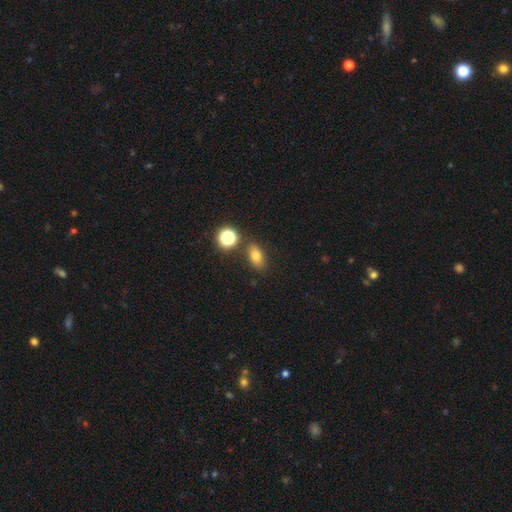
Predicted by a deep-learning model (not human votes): Smooth or featured?
  - smooth: 72% *
  - star or artifact: 16%
  - featured or disk: 12%
How rounded?
  - in between: 76% *
  - round: 19%
  - cigar-shaped: 6%
Merging?
  - none: 80% *
  - minor disturbance: 11%
  - merger: 7%
  - major disturbance: 3%